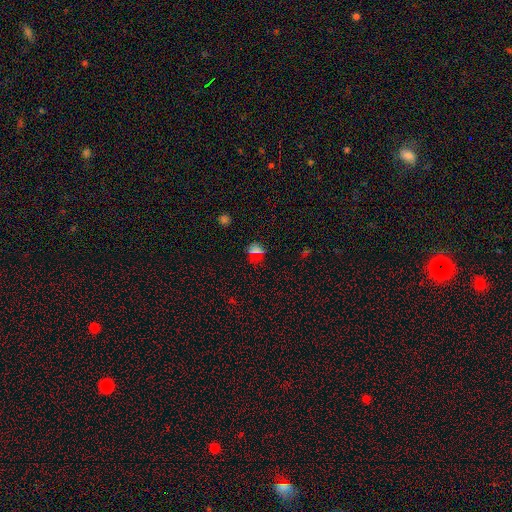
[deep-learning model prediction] Overall: smooth (56%; star or artifact 37%). How rounded: round (74%). Merging: none (82%).